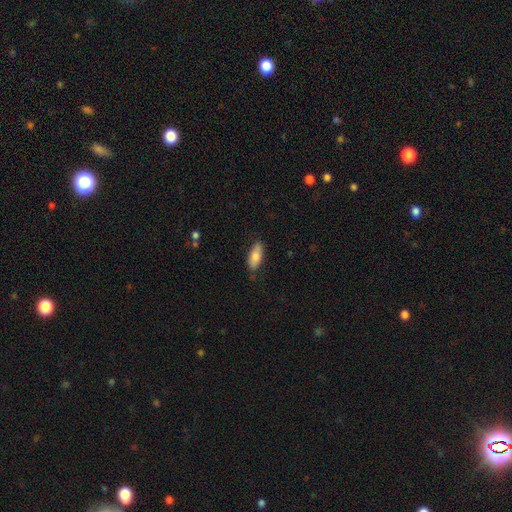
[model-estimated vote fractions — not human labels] Q: Smooth or featured?
A: smooth (79%); runner-up: featured or disk (15%)
Q: How rounded?
A: in between (79%); runner-up: cigar-shaped (19%)
Q: Merging?
A: none (82%); runner-up: minor disturbance (15%)